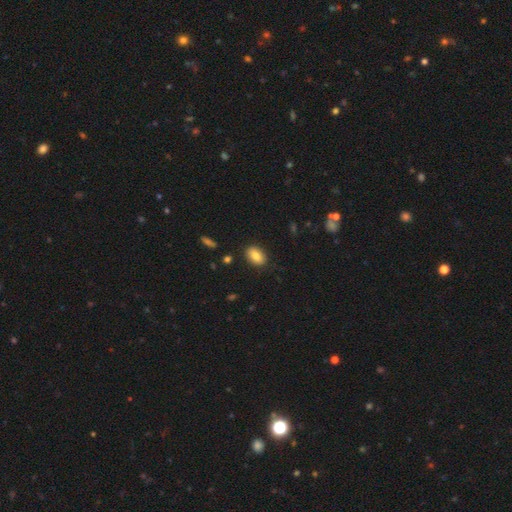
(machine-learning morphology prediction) A smooth galaxy with no disk features (82%) that is in between round and cigar-shaped (86%).

Vote fractions:
- Smooth or featured? smooth: 82% / featured or disk: 10% / star or artifact: 8%
- How rounded? in between: 86% / round: 12% / cigar-shaped: 2%
- Merging? none: 86% / minor disturbance: 10% / major disturbance: 2% / merger: 1%